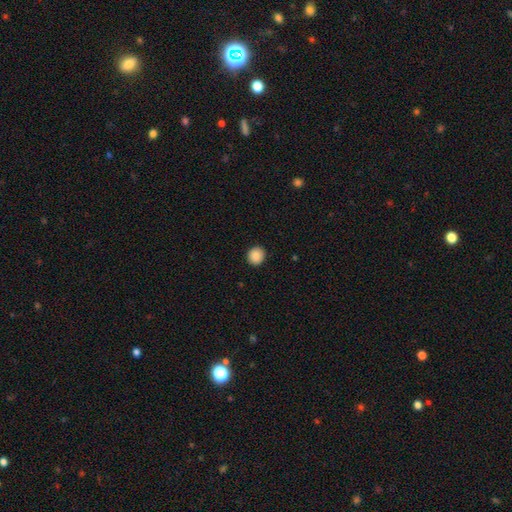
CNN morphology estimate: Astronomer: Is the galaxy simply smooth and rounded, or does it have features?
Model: smooth — 89%.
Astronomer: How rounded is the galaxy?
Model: round — 91%.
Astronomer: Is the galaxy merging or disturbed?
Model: none — 92%.